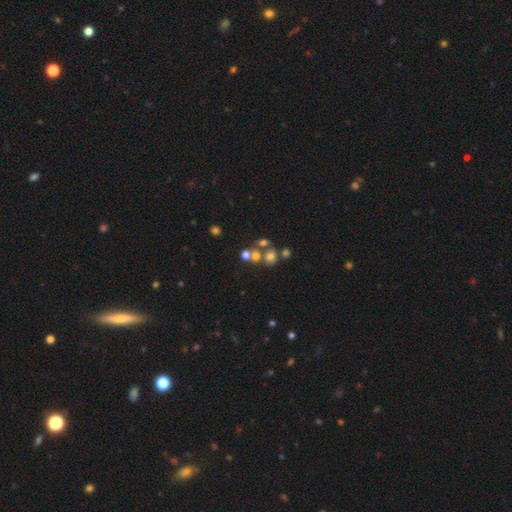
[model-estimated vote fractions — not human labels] This appears to be a smooth galaxy with no disk features (61%) that is round (79%). Merging: none (44%).